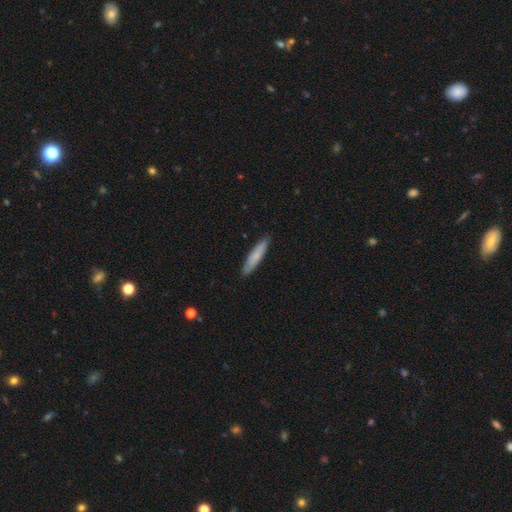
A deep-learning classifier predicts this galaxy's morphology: A smooth galaxy with no disk features (78%) that is cigar-shaped (87%).

Vote fractions:
- Smooth or featured? smooth: 78% / featured or disk: 17% / star or artifact: 5%
- How rounded? cigar-shaped: 87% / in between: 12% / round: 1%
- Merging? none: 90% / minor disturbance: 8% / major disturbance: 1% / merger: 1%